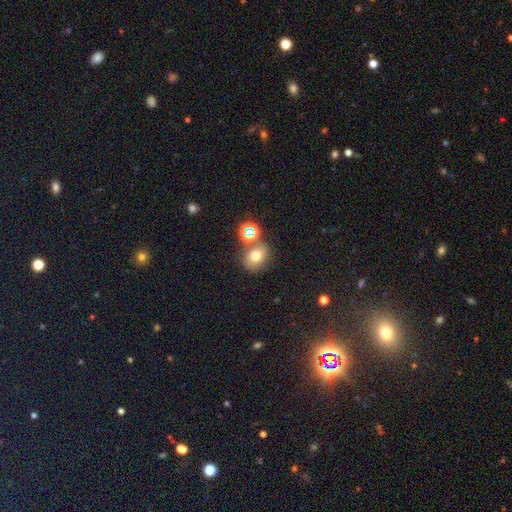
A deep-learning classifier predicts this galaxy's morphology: Smooth or featured? Predicted: smooth (p=0.68). How rounded? Predicted: round (p=0.60). Merging? Predicted: none (p=0.64).